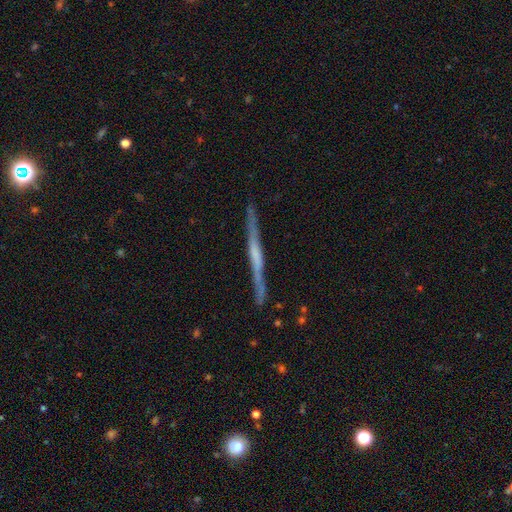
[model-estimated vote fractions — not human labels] A featured or disk galaxy (72%) viewed edge-on (97%) with no central bulge (46%).

Vote fractions:
- Smooth or featured? featured or disk: 72% / smooth: 23% / star or artifact: 6%
- Edge-on disk? yes: 97% / no: 3%
- Edge-on bulge? none: 46% / boxy: 27% / rounded: 27%
- Merging? none: 87% / minor disturbance: 10% / major disturbance: 2% / merger: 2%